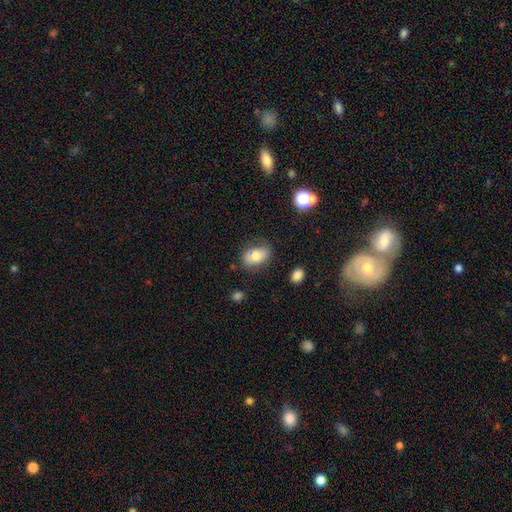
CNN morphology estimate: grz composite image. It shows a smooth galaxy with no disk features (73%) that is in between round and cigar-shaped (86%). Merging: none (75%).